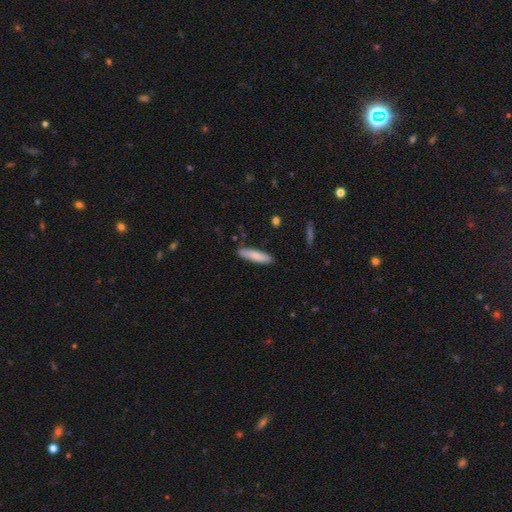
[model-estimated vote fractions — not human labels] This appears to be a smooth galaxy with no disk features (83%) that is cigar-shaped (80%). Merging: none (87%).